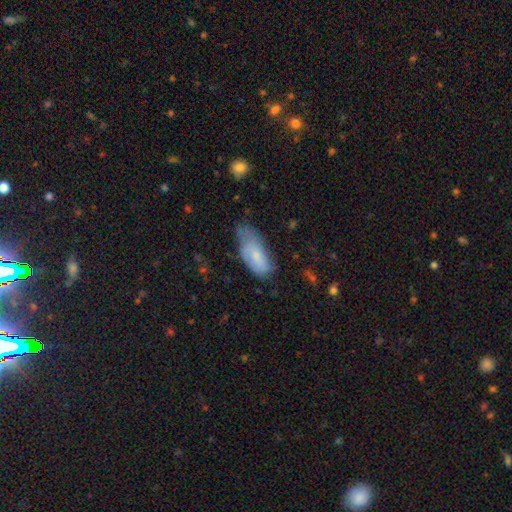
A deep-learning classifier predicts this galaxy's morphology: smooth_or_featured: smooth (p=0.68) [alt: featured or disk p=0.25]
how_rounded: in between (p=0.86) [alt: cigar-shaped p=0.12]
merging: minor disturbance (p=0.42) [alt: none p=0.40]